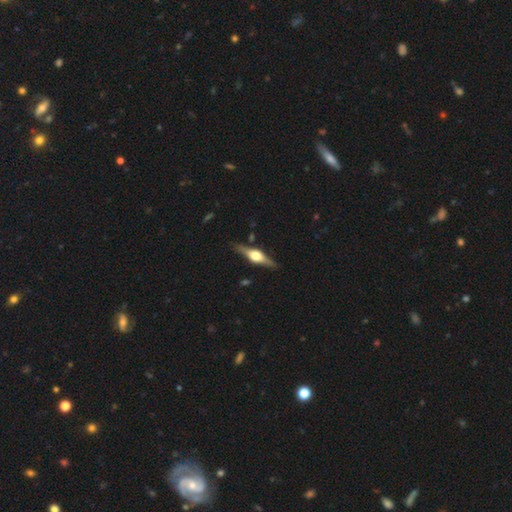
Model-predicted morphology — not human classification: The model was most divided on "smooth or featured": featured or disk: 77%, smooth: 17%, star or artifact: 5%. More confident: edge-on disk — yes (97%); edge-on bulge — rounded (93%); merging — none (88%).